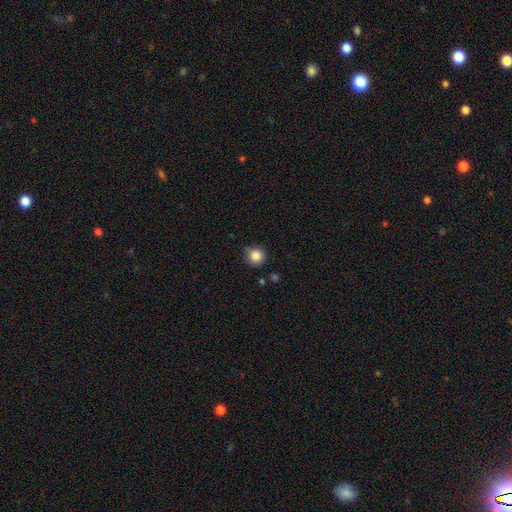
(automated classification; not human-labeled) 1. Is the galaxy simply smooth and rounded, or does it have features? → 86% smooth, 10% star or artifact, 4% featured or disk.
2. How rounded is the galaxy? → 94% round, 5% in between, 1% cigar-shaped.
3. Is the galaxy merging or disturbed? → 80% none, 14% minor disturbance, 3% major disturbance, 3% merger.